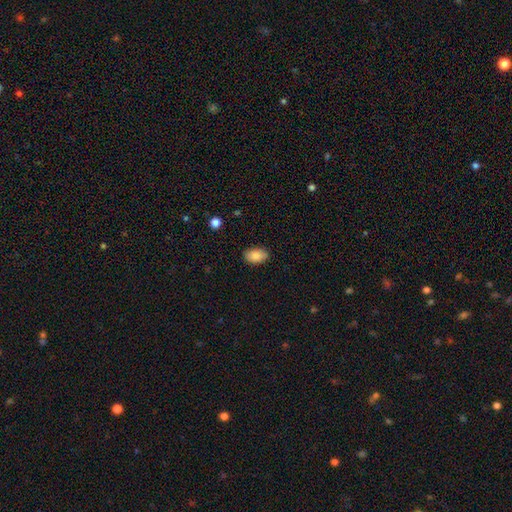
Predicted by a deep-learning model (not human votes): Smooth or featured? Predicted: smooth (p=0.88). How rounded? Predicted: in between (p=0.91). Merging? Predicted: none (p=0.86).